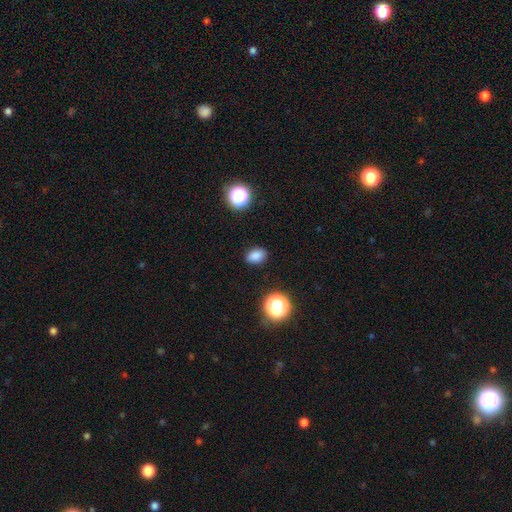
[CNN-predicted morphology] This appears to be a smooth galaxy with no disk features (83%) that is in between round and cigar-shaped (77%). Merging: none (88%).